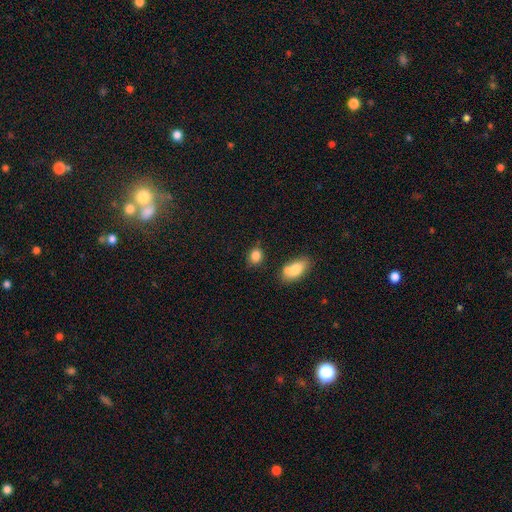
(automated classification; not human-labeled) smooth-or-featured: smooth: 84% | star or artifact: 10% | featured or disk: 6%
  how-rounded: round: 51% | in between: 47% | cigar-shaped: 2%
  merging: none: 70% | minor disturbance: 15% | merger: 11% | major disturbance: 4%